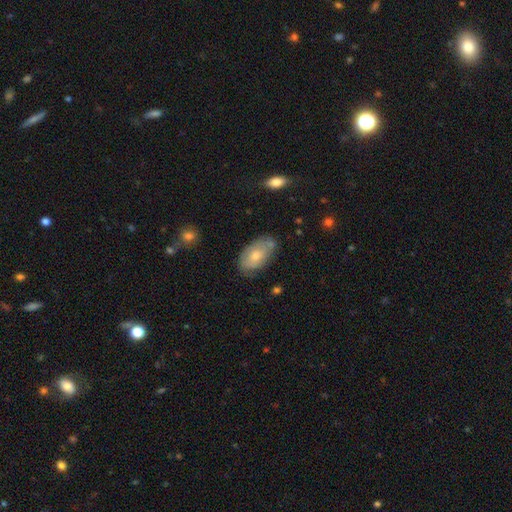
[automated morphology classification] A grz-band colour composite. It shows a smooth galaxy with no disk features (63%) that is in between round and cigar-shaped (93%). Merging: none (64%).